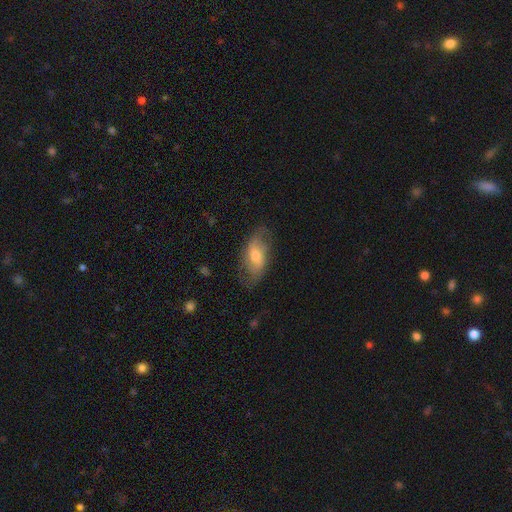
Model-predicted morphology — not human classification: Smooth or featured?
  - featured or disk: 52% *
  - smooth: 41%
  - star or artifact: 7%
Edge-on disk?
  - no: 89% *
  - yes: 11%
Merging?
  - none: 66% *
  - minor disturbance: 22%
  - major disturbance: 10%
  - merger: 1%